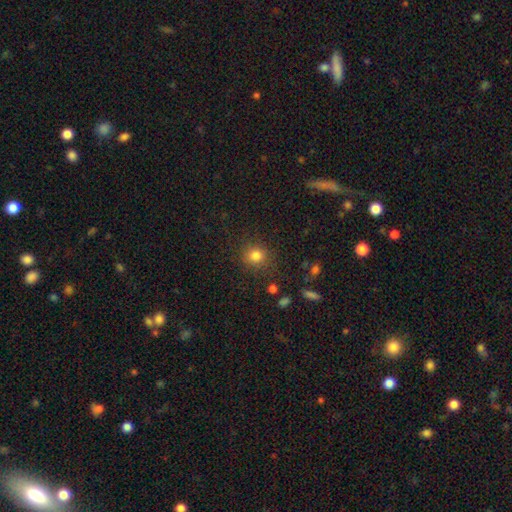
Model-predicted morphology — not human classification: Overall: smooth (81%). How rounded: round (84%). Merging: none (84%).